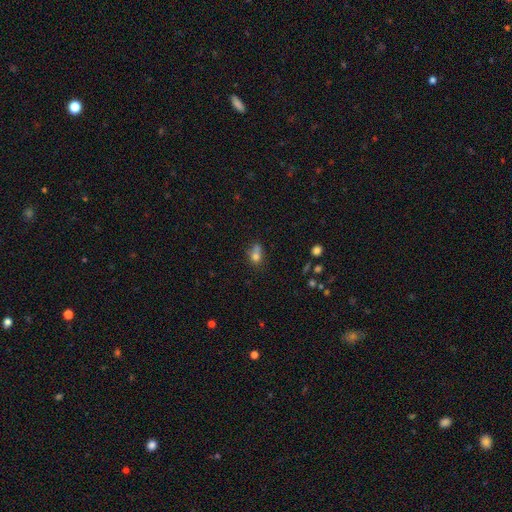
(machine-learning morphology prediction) Smooth or featured?
  - smooth: 73% *
  - star or artifact: 14%
  - featured or disk: 13%
How rounded?
  - in between: 55% *
  - round: 42%
  - cigar-shaped: 4%
Merging?
  - none: 41% *
  - merger: 24%
  - minor disturbance: 24%
  - major disturbance: 11%